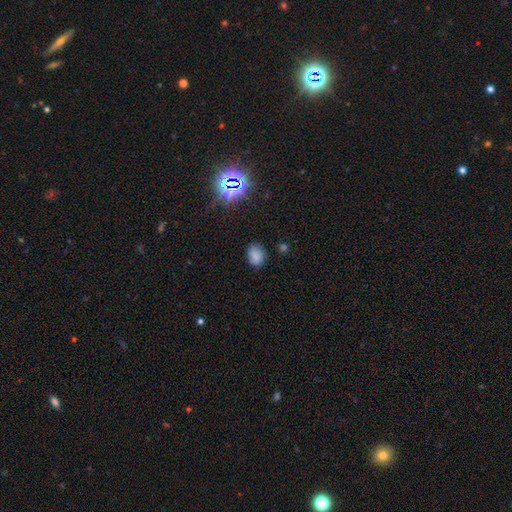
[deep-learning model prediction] A smooth galaxy with no disk features (77%) that is in between round and cigar-shaped (64%).

Vote fractions:
- Smooth or featured? smooth: 77% / star or artifact: 16% / featured or disk: 7%
- How rounded? in between: 64% / round: 35% / cigar-shaped: 1%
- Merging? none: 76% / minor disturbance: 18% / major disturbance: 4% / merger: 2%